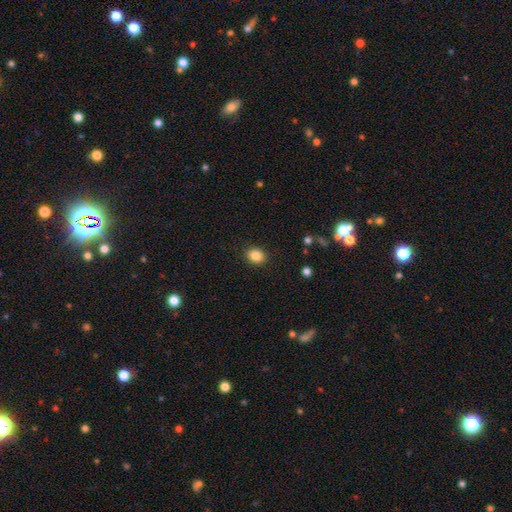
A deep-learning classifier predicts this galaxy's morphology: This appears to be a smooth galaxy with no disk features (86%) that is round (52%). Merging: none (89%).